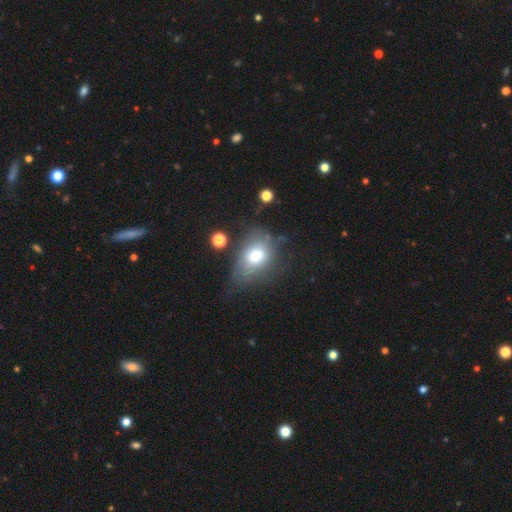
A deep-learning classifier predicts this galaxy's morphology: smooth-or-featured: smooth: 71% | featured or disk: 19% | star or artifact: 10%
  how-rounded: in between: 73% | round: 25% | cigar-shaped: 2%
  merging: none: 48% | minor disturbance: 29% | major disturbance: 17% | merger: 6%